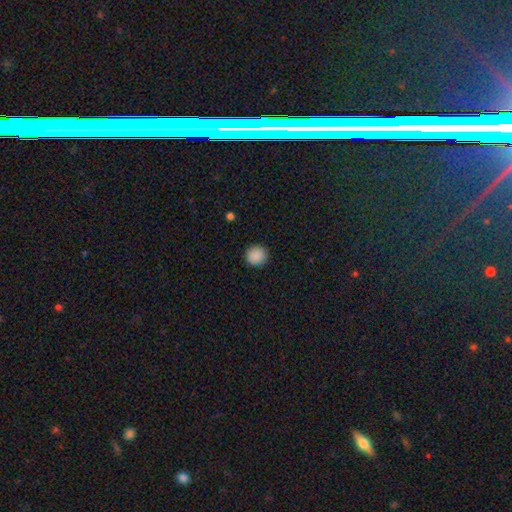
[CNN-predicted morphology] smooth_or_featured: smooth (p=0.89) [alt: star or artifact p=0.08]
how_rounded: round (p=0.93) [alt: in between p=0.06]
merging: none (p=0.92) [alt: minor disturbance p=0.06]